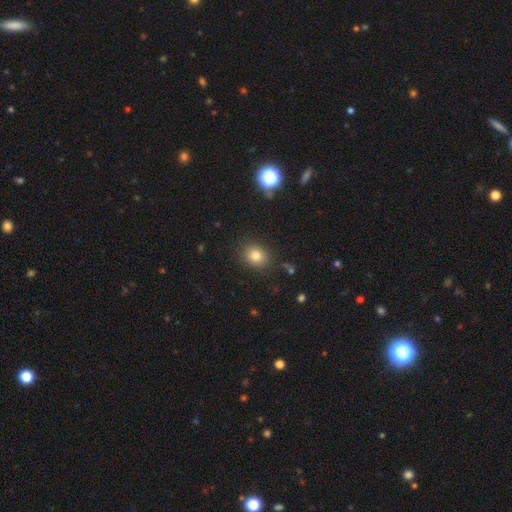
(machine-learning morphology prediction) A smooth galaxy with no disk features (79%) that is round (63%). Merging: none (87%).